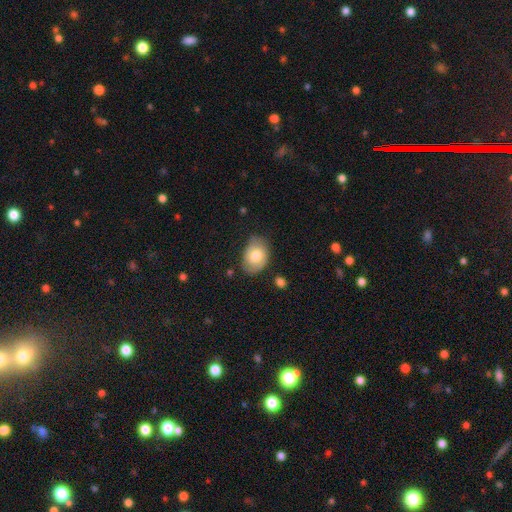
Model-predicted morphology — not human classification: A smooth galaxy with no disk features (71%) that is in between round and cigar-shaped (80%). Merging: none (70%).